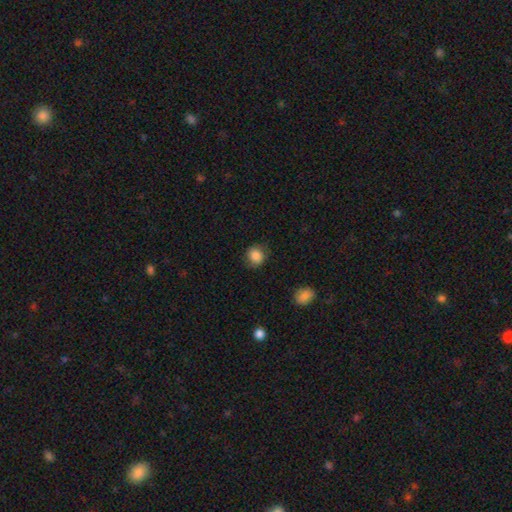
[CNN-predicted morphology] Smooth or featured? Predicted: smooth (p=0.85). How rounded? Predicted: round (p=0.82). Merging? Predicted: none (p=0.80).